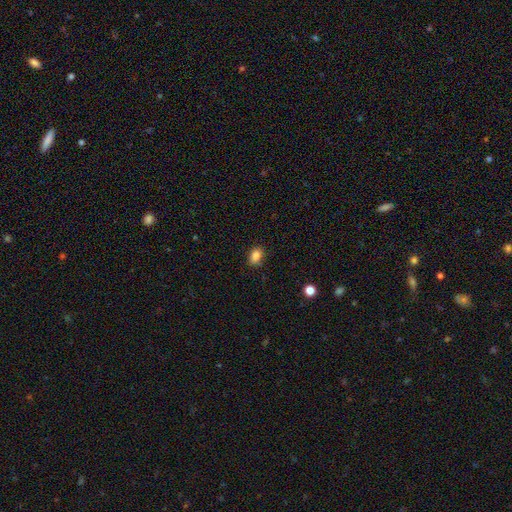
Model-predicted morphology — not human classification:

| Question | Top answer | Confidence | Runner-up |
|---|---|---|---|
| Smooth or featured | smooth | 86% | star or artifact (10%) |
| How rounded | in between | 75% | round (24%) |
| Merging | none | 85% | minor disturbance (11%) |